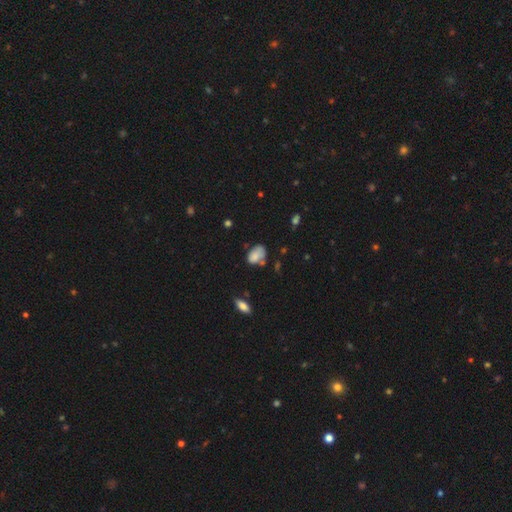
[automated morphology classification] smooth_or_featured: smooth (p=0.78) [alt: featured or disk p=0.14]
how_rounded: in between (p=0.84) [alt: round p=0.15]
merging: none (p=0.44) [alt: minor disturbance p=0.33]